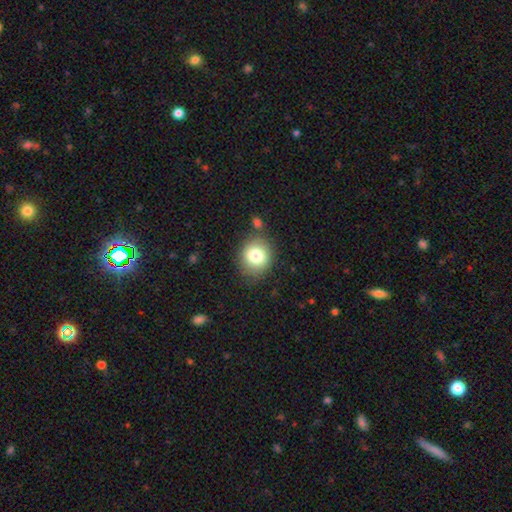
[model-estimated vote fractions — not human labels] Smooth or featured? smooth (80%)
How rounded? round (73%)
Merging? none (78%)